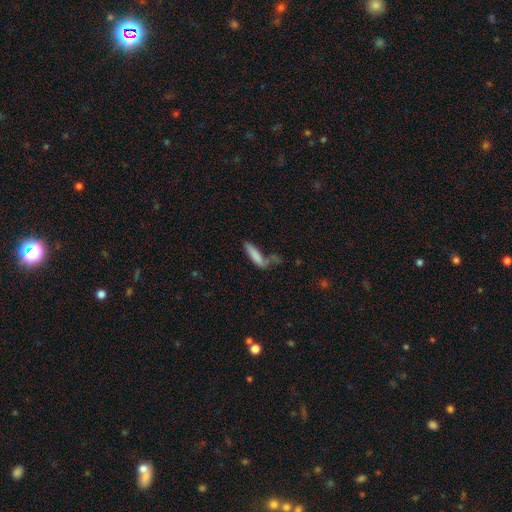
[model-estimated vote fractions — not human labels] Smooth or featured? Predicted: smooth (p=0.77). How rounded? Predicted: cigar-shaped (p=0.77). Merging? Predicted: none (p=0.42).